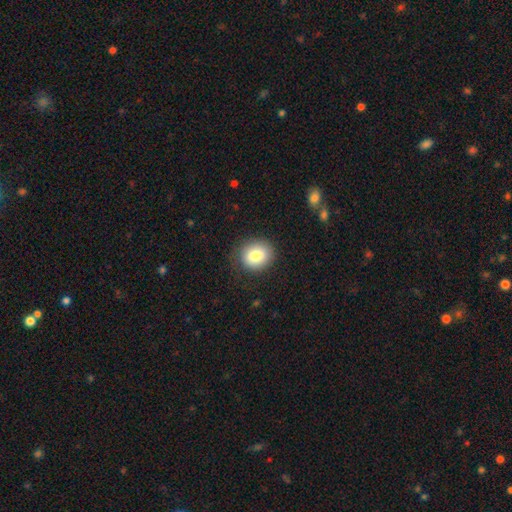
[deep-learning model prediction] Smooth or featured: smooth — 82% (featured or disk — 9%)
How rounded: round — 67% (in between — 32%)
Merging: none — 83% (minor disturbance — 12%)